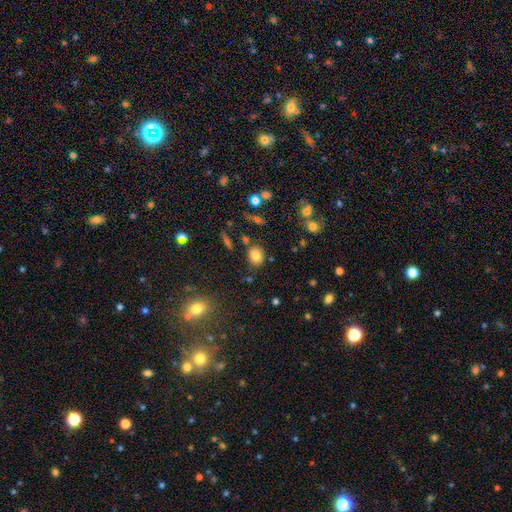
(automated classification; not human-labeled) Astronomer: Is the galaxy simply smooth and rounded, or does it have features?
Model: smooth — 81%.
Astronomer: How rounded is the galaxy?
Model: round — 60% (runner-up: in between, 38%).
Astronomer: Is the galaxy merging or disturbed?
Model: none — 80%.